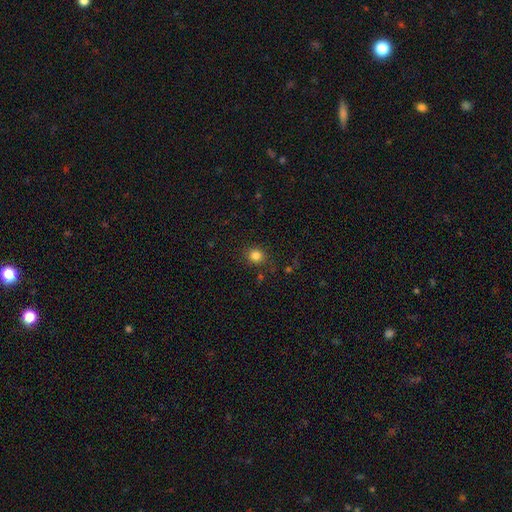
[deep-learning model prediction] Smooth or featured? Predicted: smooth (p=0.83). How rounded? Predicted: round (p=0.85). Merging? Predicted: none (p=0.86).